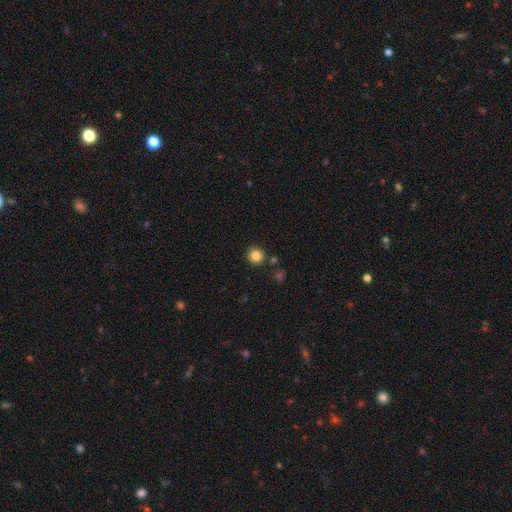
Q: Smooth or featured?
A: smooth (92%); runner-up: star or artifact (5%)
Q: How rounded?
A: round (85%); runner-up: in between (12%)
Q: Merging?
A: none (74%); runner-up: merger (11%)